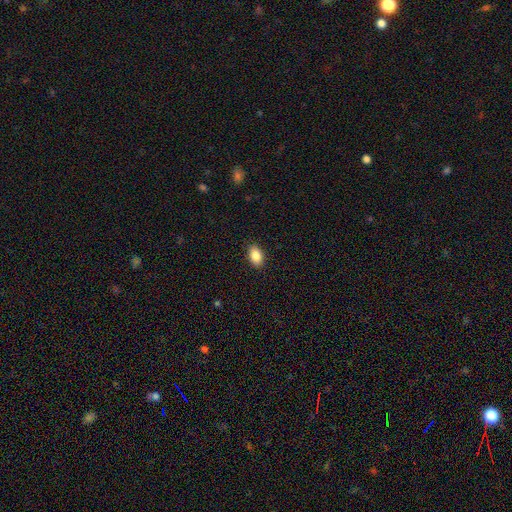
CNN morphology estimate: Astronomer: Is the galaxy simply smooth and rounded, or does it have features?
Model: smooth — 87%.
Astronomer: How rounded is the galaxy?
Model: in between — 89%.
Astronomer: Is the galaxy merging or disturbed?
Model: none — 89%.